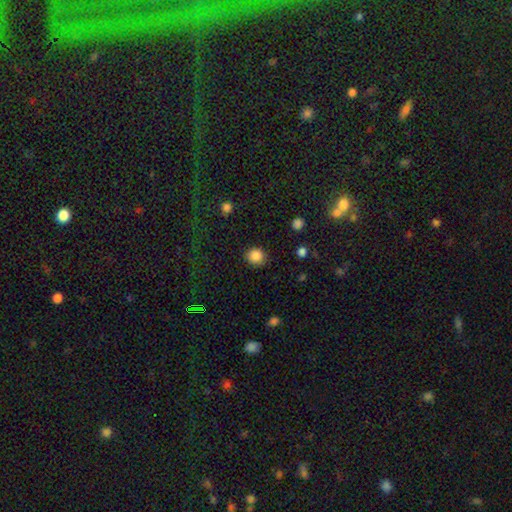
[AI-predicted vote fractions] A smooth galaxy with no disk features (86%) that is round (83%).

Vote fractions:
- Smooth or featured? smooth: 86% / star or artifact: 11% / featured or disk: 4%
- How rounded? round: 83% / in between: 16% / cigar-shaped: 1%
- Merging? none: 87% / minor disturbance: 9% / major disturbance: 3% / merger: 1%